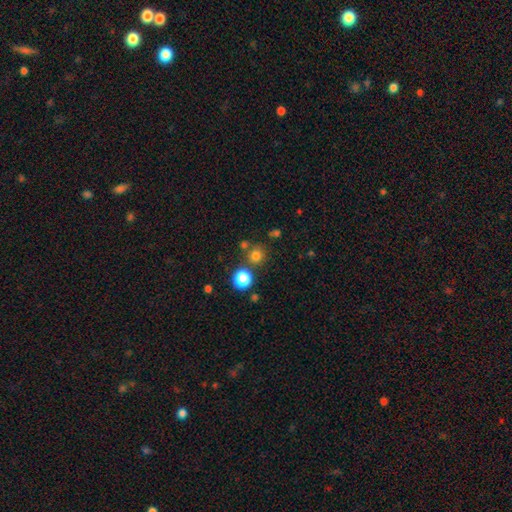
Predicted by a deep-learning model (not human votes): A smooth galaxy with no disk features (76%) that is round (89%).

Vote fractions:
- Smooth or featured? smooth: 76% / star or artifact: 18% / featured or disk: 6%
- How rounded? round: 89% / in between: 10% / cigar-shaped: 1%
- Merging? none: 74% / merger: 14% / minor disturbance: 8% / major disturbance: 4%